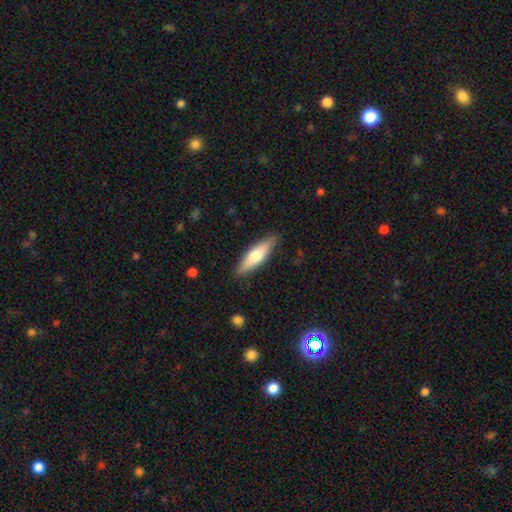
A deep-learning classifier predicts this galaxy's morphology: smooth-or-featured: smooth: 59% | featured or disk: 36% | star or artifact: 5%
  how-rounded: cigar-shaped: 62% | in between: 36% | round: 2%
  merging: none: 86% | minor disturbance: 11% | major disturbance: 2% | merger: 1%